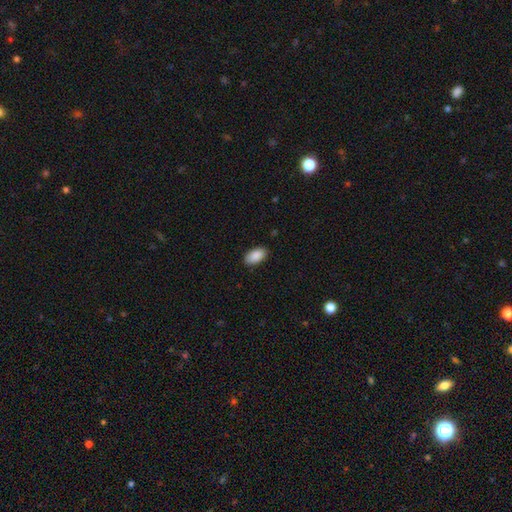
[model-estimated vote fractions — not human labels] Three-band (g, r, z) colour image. It shows a smooth galaxy with no disk features (90%) that is in between round and cigar-shaped (94%). Merging: none (88%).